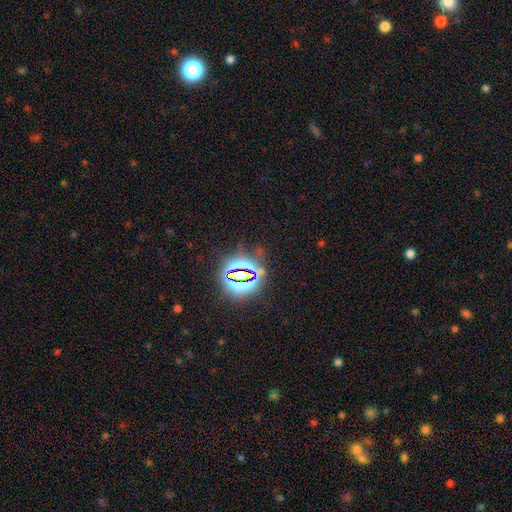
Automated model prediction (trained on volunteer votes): Smooth or featured?
  - star or artifact: 80% *
  - smooth: 13%
  - featured or disk: 8%